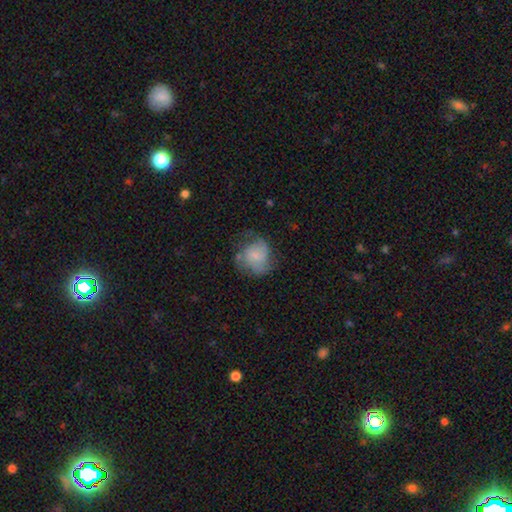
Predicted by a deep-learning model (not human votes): A smooth galaxy with no disk features (51%) that is round (70%).

Vote fractions:
- Smooth or featured? smooth: 51% / featured or disk: 40% / star or artifact: 9%
- How rounded? round: 70% / in between: 29% / cigar-shaped: 1%
- Merging? none: 48% / minor disturbance: 29% / major disturbance: 19% / merger: 3%